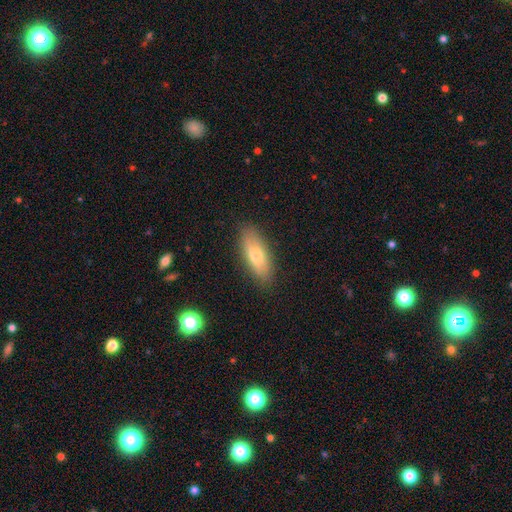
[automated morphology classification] Overall: smooth (66%; featured or disk 27%). How rounded: in between (62%; cigar-shaped 35%). Merging: none (86%).